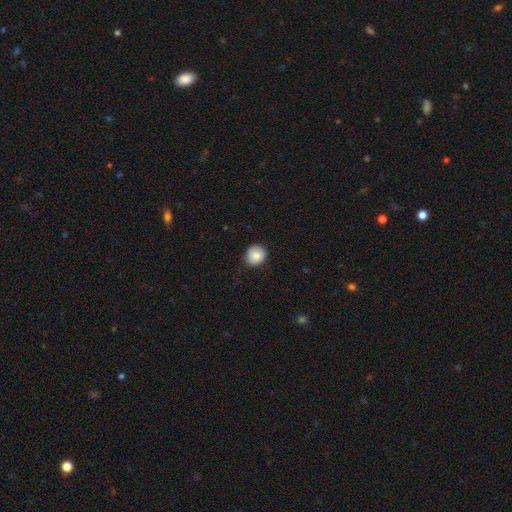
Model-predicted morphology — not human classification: Smooth or featured? Predicted: smooth (p=0.86). How rounded? Predicted: round (p=0.87). Merging? Predicted: none (p=0.88).